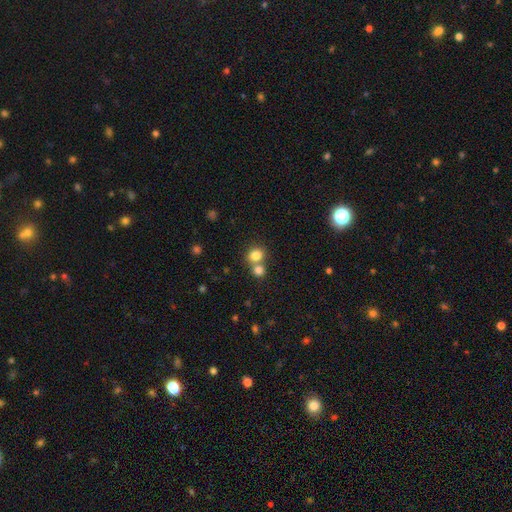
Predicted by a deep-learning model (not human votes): Overall: smooth (81%). How rounded: round (72%). Merging: none (45%, tied with merger).